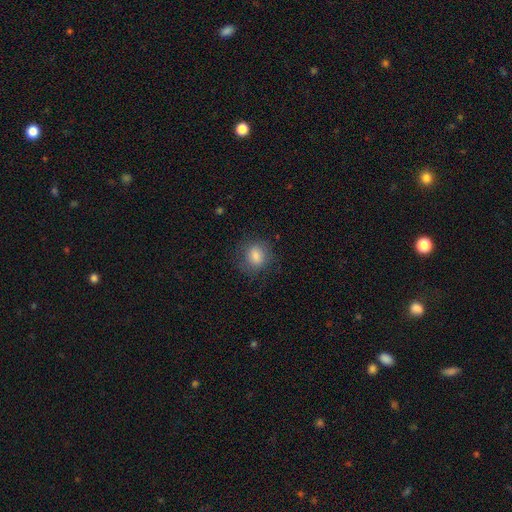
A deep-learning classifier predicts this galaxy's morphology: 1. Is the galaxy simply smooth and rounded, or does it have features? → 82% smooth, 10% star or artifact, 8% featured or disk.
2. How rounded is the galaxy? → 67% round, 32% in between, 1% cigar-shaped.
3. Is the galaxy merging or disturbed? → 78% none, 15% minor disturbance, 6% major disturbance, 1% merger.